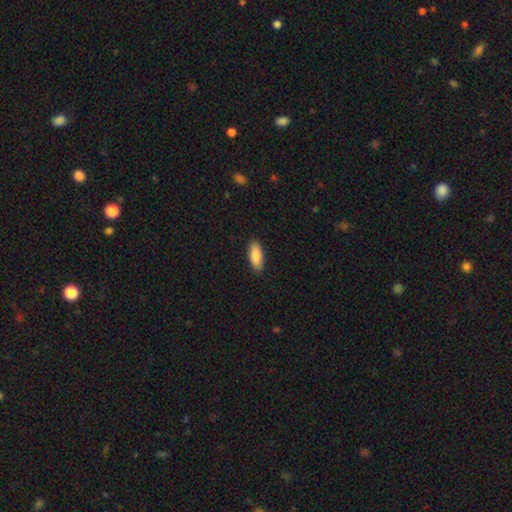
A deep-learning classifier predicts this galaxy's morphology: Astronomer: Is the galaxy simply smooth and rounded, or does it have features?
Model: smooth — 88%.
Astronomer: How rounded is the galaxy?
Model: in between — 76%.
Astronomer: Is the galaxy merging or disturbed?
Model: none — 89%.